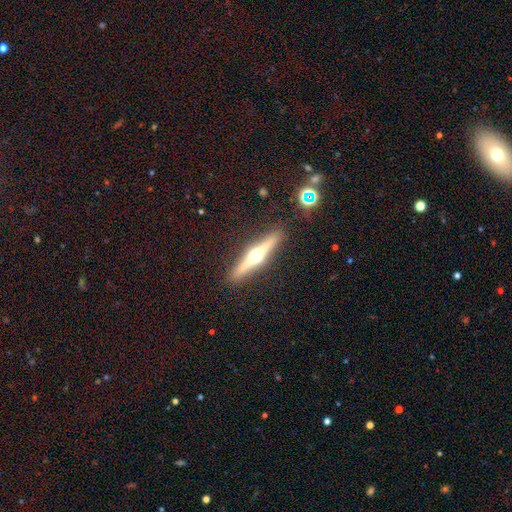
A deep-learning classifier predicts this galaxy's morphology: The model was most divided on "smooth or featured": featured or disk: 76%, smooth: 18%, star or artifact: 6%. More confident: edge-on disk — yes (98%); edge-on bulge — rounded (96%); merging — none (91%).